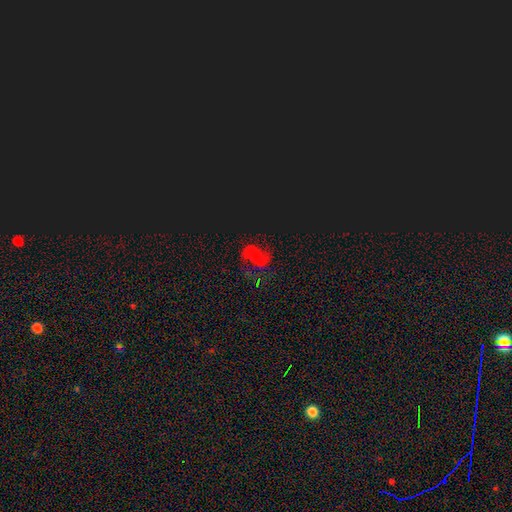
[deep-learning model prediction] This appears to be a featured or disk galaxy (50%). Merging: none (63%).